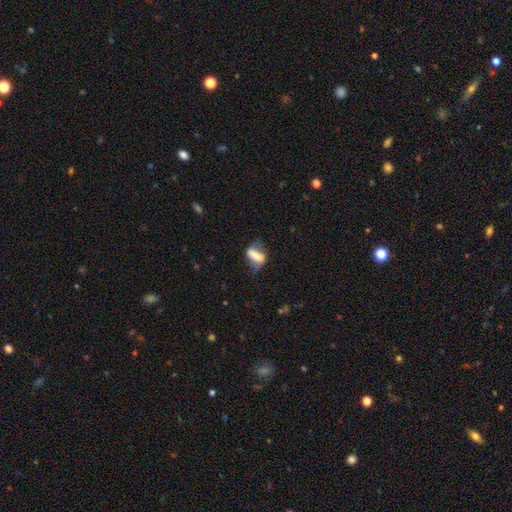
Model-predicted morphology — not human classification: smooth 58%, featured or disk 32%, star or artifact 9%. Down the decision tree: how rounded — in between (67%); merging — none (49%).